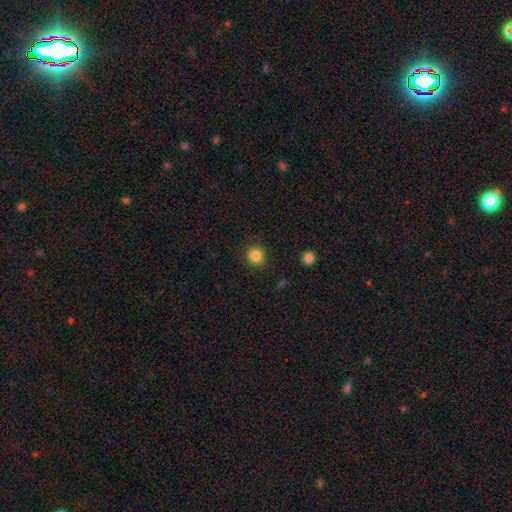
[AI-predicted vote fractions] Overall: smooth (85%). How rounded: round (93%). Merging: none (91%).